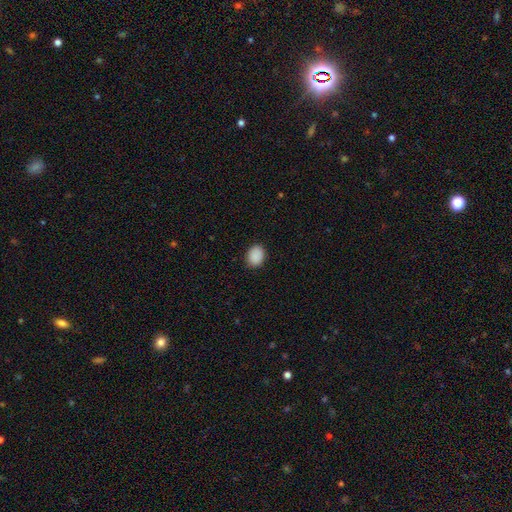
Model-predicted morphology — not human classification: Smooth or featured? smooth (90%)
How rounded? in between (56%)
Merging? none (87%)